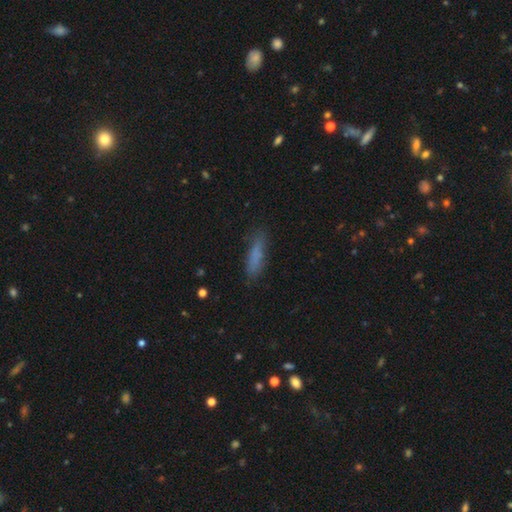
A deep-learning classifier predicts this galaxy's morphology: This appears to be a smooth galaxy with no disk features (77%) that is cigar-shaped (74%). Merging: none (79%).